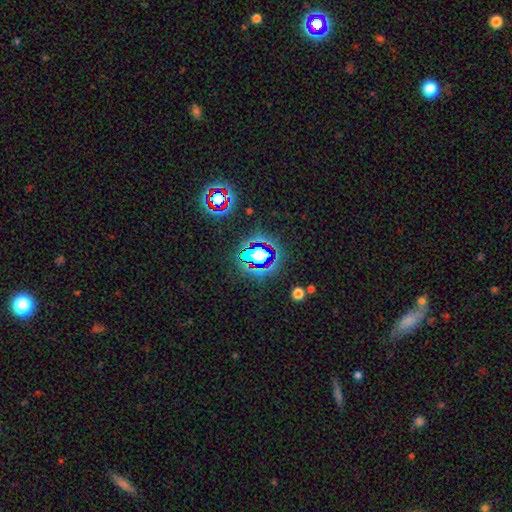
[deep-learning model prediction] Q: Smooth or featured?
A: star or artifact (63%); runner-up: smooth (24%)